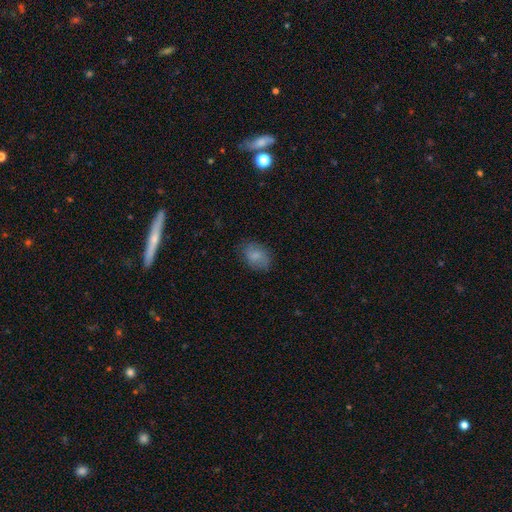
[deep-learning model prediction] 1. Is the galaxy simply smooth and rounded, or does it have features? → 81% smooth, 12% featured or disk, 8% star or artifact.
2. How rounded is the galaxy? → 81% in between, 17% round, 1% cigar-shaped.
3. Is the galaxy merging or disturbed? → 78% none, 17% minor disturbance, 4% major disturbance, 1% merger.